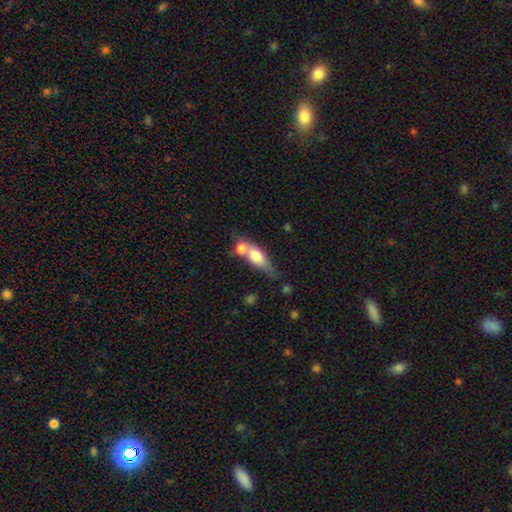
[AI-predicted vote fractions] Q: Smooth or featured?
A: smooth (67%); runner-up: featured or disk (26%)
Q: How rounded?
A: in between (61%); runner-up: cigar-shaped (29%)
Q: Merging?
A: merger (59%); runner-up: none (23%)